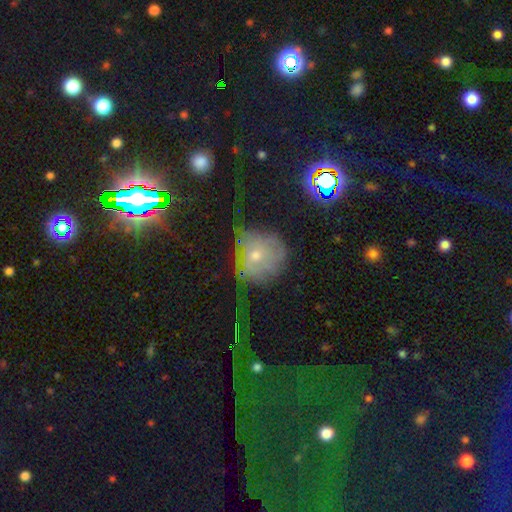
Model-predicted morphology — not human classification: The model was most divided on "merging": none: 46%, minor disturbance: 27%, major disturbance: 24%, merger: 3%. More confident: edge-on disk — no (95%); smooth or featured — featured or disk (51%).